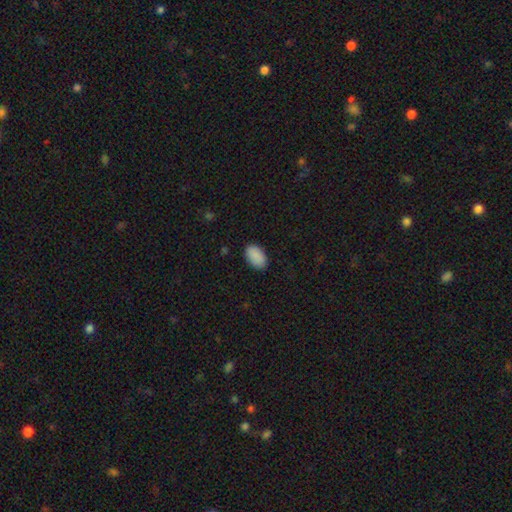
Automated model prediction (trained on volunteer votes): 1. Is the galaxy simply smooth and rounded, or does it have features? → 90% smooth, 7% star or artifact, 3% featured or disk.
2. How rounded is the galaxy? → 93% in between, 5% round, 1% cigar-shaped.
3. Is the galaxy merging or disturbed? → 88% none, 9% minor disturbance, 2% major disturbance, 1% merger.